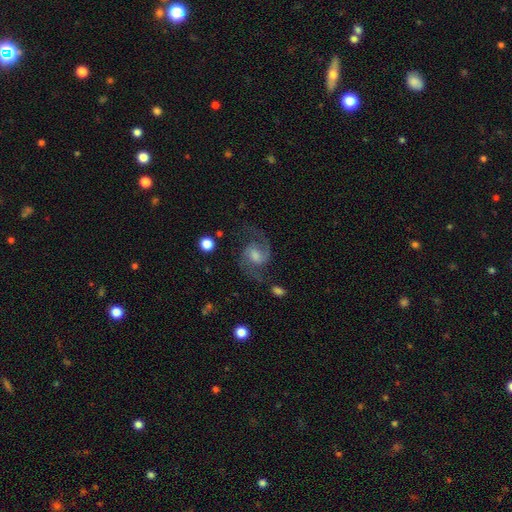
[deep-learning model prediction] A featured or disk galaxy (87%) with a weak bar (48%), 2 (93%) medium (59%) spiral arms (97%) and a moderate central bulge (48%).

Vote fractions:
- Smooth or featured? featured or disk: 87% / smooth: 7% / star or artifact: 6%
- Edge-on disk? no: 98% / yes: 2%
- Bar? weak: 48% / no: 42% / strong: 10%
- Spiral arms? yes: 97% / no: 3%
- Spiral winding? medium: 59% / loose: 28% / tight: 13%
- Spiral arm count? 2: 93% / can't tell: 2% / 1: 2% / 3: 1% / 4: 1% / more than 4: 1%
- Bulge size? moderate: 48% / small: 25% / large: 15% / none: 10% / dominant: 2%
- Merging? none: 75% / minor disturbance: 14% / major disturbance: 8% / merger: 3%